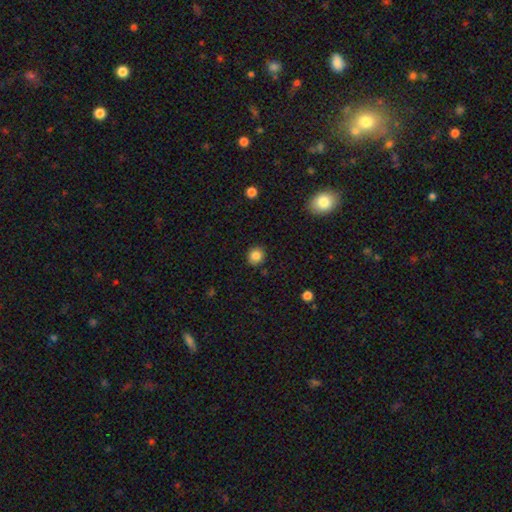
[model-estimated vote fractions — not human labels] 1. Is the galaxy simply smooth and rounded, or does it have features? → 85% smooth, 10% star or artifact, 5% featured or disk.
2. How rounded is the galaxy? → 85% round, 14% in between, 1% cigar-shaped.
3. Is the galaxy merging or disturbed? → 89% none, 8% minor disturbance, 2% major disturbance, 2% merger.